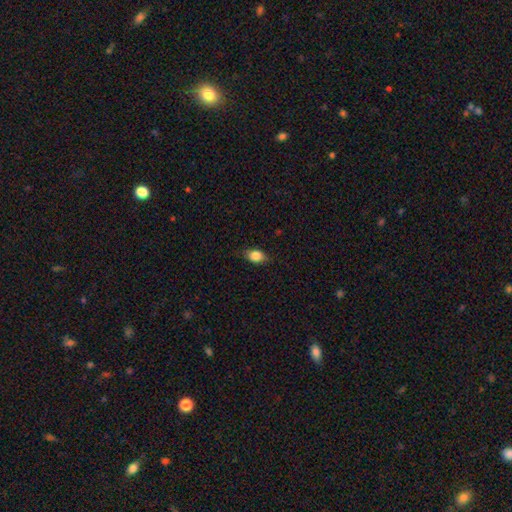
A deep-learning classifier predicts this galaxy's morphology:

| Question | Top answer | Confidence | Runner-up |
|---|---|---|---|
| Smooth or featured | smooth | 84% | star or artifact (8%) |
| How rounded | in between | 76% | round (22%) |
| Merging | none | 80% | minor disturbance (16%) |